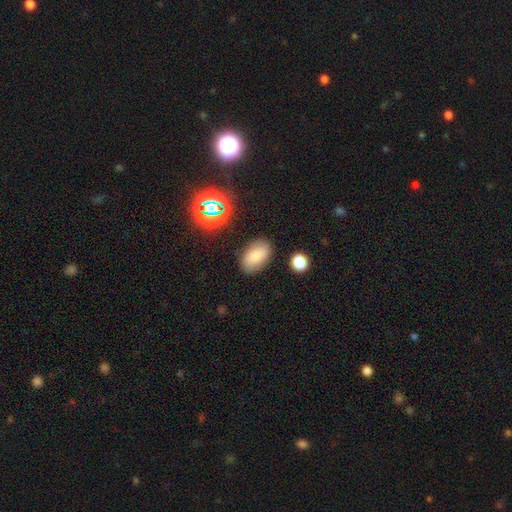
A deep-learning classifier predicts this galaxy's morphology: Overall: smooth (76%). How rounded: in between (92%). Merging: none (83%).